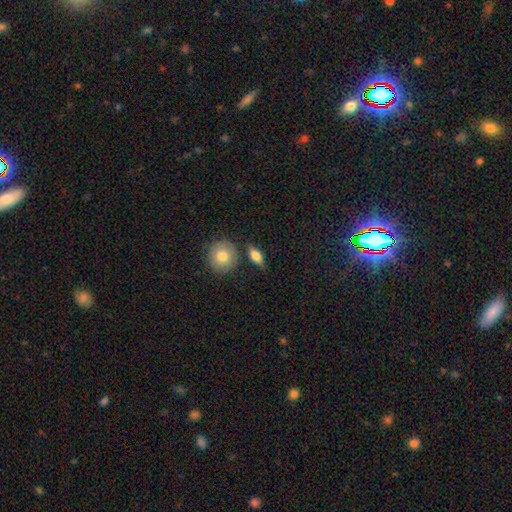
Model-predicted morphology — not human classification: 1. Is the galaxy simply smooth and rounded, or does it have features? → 74% smooth, 19% featured or disk, 7% star or artifact.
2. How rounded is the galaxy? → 70% in between, 16% round, 15% cigar-shaped.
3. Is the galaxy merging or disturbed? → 75% none, 14% minor disturbance, 7% merger, 4% major disturbance.